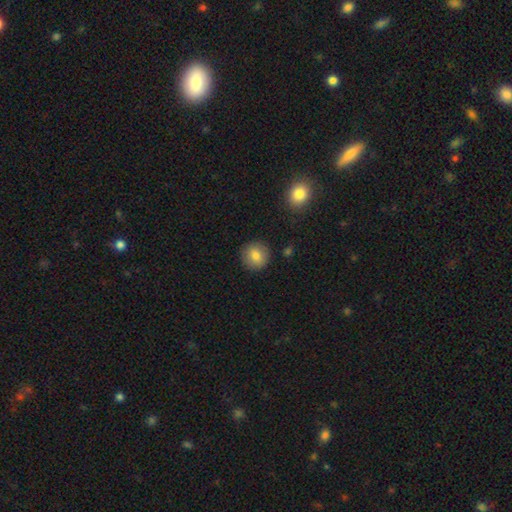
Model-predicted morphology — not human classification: Smooth or featured? Predicted: smooth (p=0.83). How rounded? Predicted: round (p=0.92). Merging? Predicted: none (p=0.90).